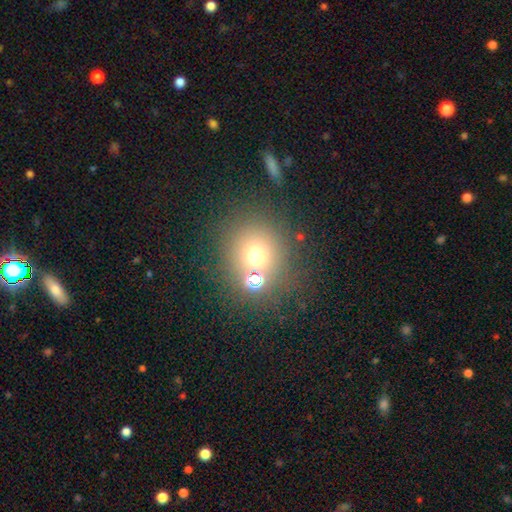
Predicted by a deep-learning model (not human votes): Q: Smooth or featured?
A: smooth (64%); runner-up: star or artifact (24%)
Q: How rounded?
A: round (89%); runner-up: in between (10%)
Q: Merging?
A: none (67%); runner-up: merger (18%)